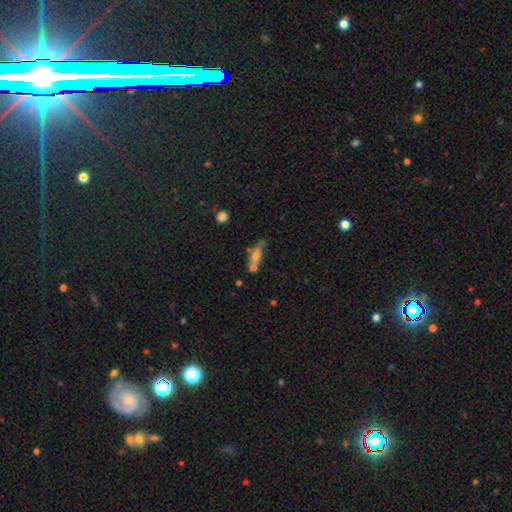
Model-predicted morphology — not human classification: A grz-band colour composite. It shows a smooth galaxy with no disk features (62%) that is in between round and cigar-shaped (52%). Merging: none (33%).